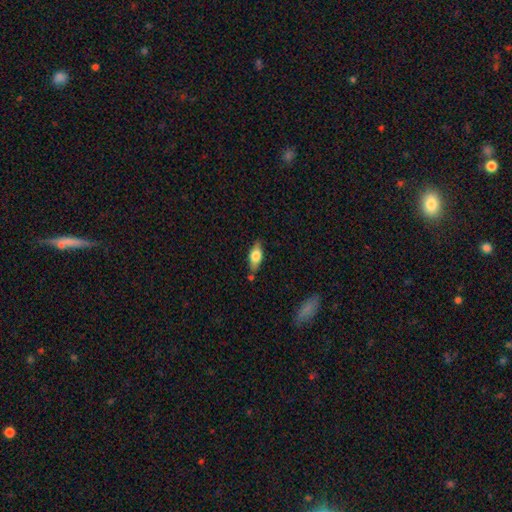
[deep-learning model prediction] Overall: smooth (63%; featured or disk 30%). How rounded: in between (76%). Merging: none (73%).